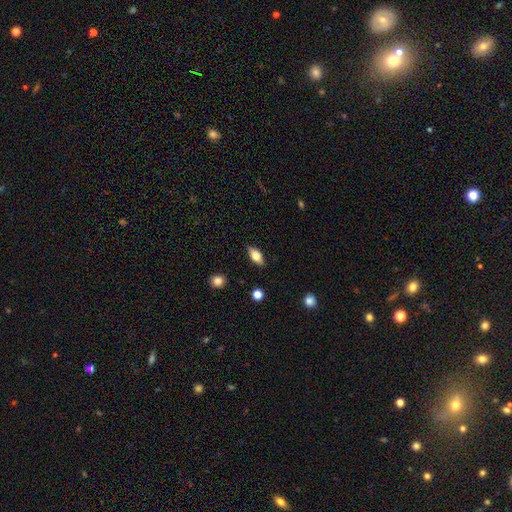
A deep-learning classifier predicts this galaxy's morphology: Smooth or featured?
  - smooth: 71% *
  - featured or disk: 22%
  - star or artifact: 7%
How rounded?
  - in between: 85% *
  - cigar-shaped: 11%
  - round: 4%
Merging?
  - none: 86% *
  - minor disturbance: 10%
  - major disturbance: 2%
  - merger: 1%